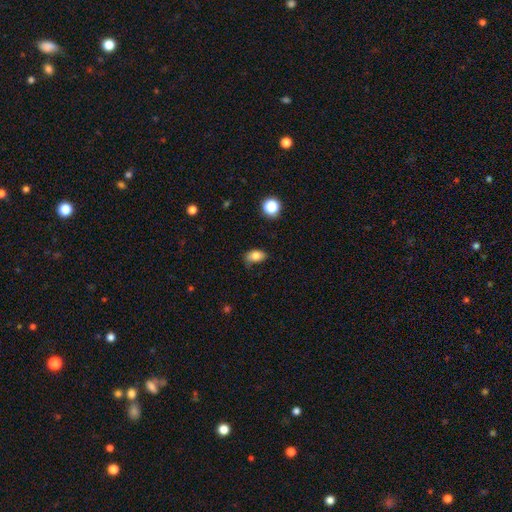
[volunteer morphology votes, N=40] Overall: smooth (80%). How rounded: in between (84%). Merging: none (82%).